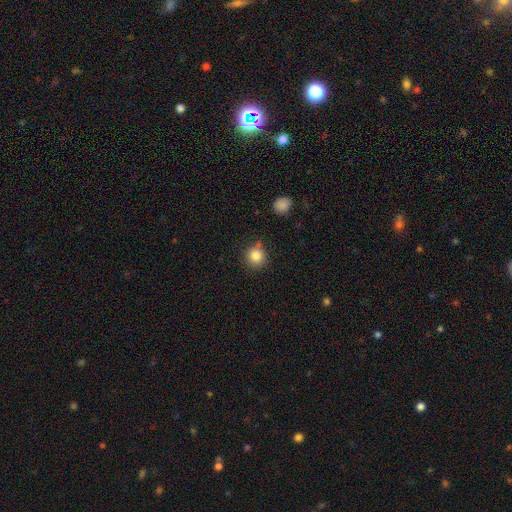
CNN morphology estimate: type=smooth (84%); roundness=round (91%); merging=none (79%).